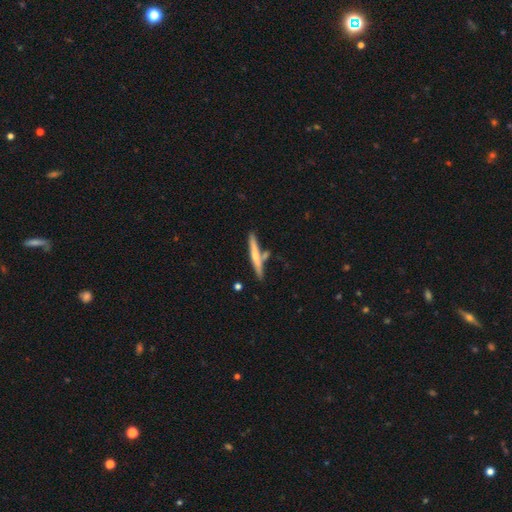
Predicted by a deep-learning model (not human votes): Smooth or featured: smooth — 50% (featured or disk — 44%)
How rounded: cigar-shaped — 94% (in between — 4%)
Merging: none — 74% (merger — 12%)